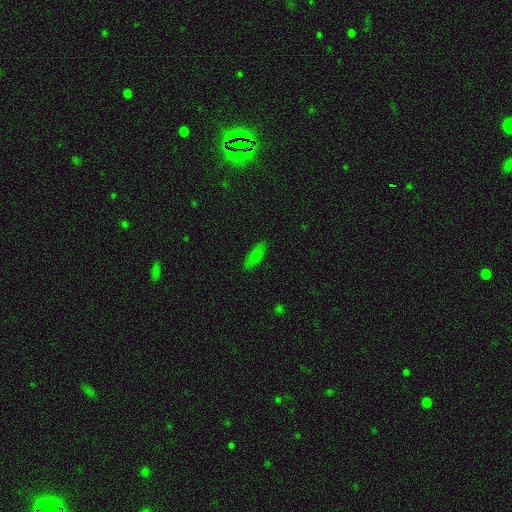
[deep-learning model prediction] A smooth galaxy with no disk features (66%) that is in between round and cigar-shaped (68%). Merging: none (86%).